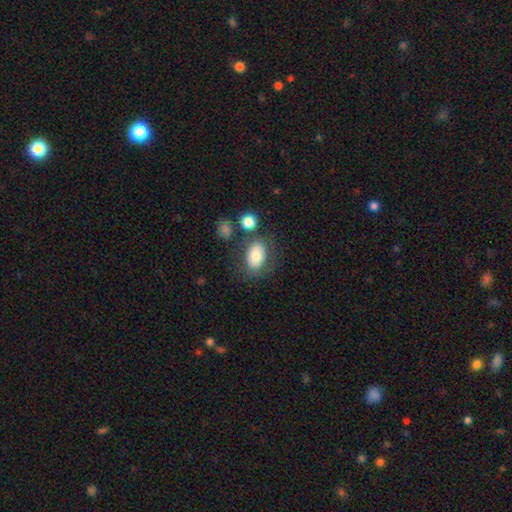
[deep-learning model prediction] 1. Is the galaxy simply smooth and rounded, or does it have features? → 74% smooth, 18% featured or disk, 8% star or artifact.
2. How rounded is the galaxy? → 86% in between, 13% round, 1% cigar-shaped.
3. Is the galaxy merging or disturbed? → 64% none, 17% minor disturbance, 10% merger, 9% major disturbance.